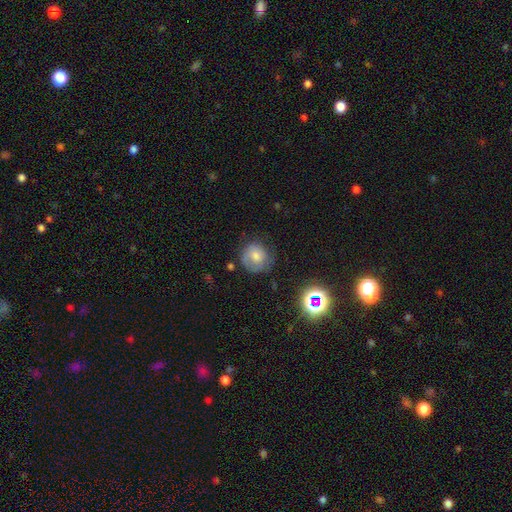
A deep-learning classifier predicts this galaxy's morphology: Smooth or featured?
  - smooth: 61% *
  - featured or disk: 29%
  - star or artifact: 11%
How rounded?
  - round: 85% *
  - in between: 14%
  - cigar-shaped: 1%
Merging?
  - none: 60% *
  - minor disturbance: 25%
  - major disturbance: 12%
  - merger: 2%